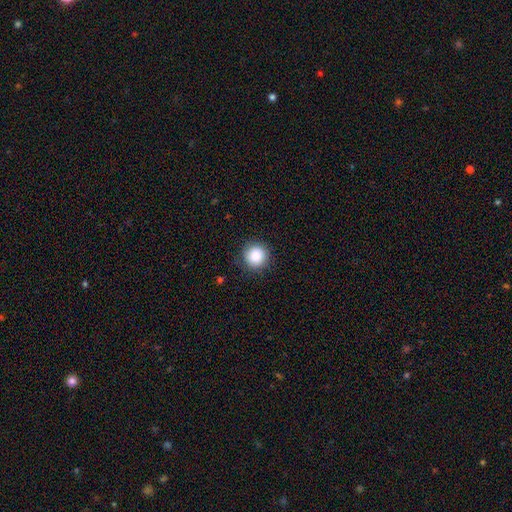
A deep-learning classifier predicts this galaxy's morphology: Smooth or featured?
  - smooth: 88% *
  - star or artifact: 9%
  - featured or disk: 4%
How rounded?
  - round: 94% *
  - in between: 5%
  - cigar-shaped: 1%
Merging?
  - none: 88% *
  - minor disturbance: 8%
  - major disturbance: 2%
  - merger: 1%